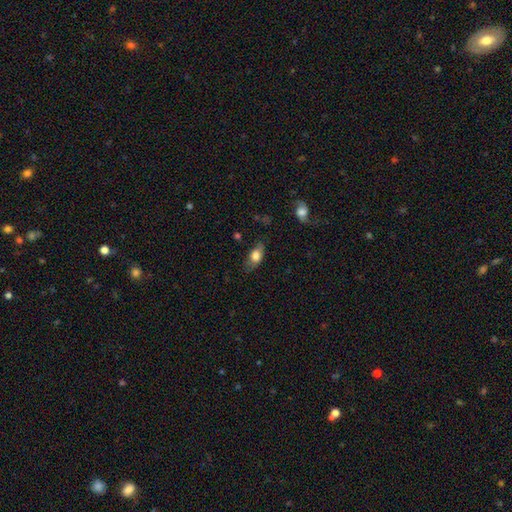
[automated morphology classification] This appears to be a smooth galaxy with no disk features (74%) that is in between round and cigar-shaped (82%). Merging: none (64%).